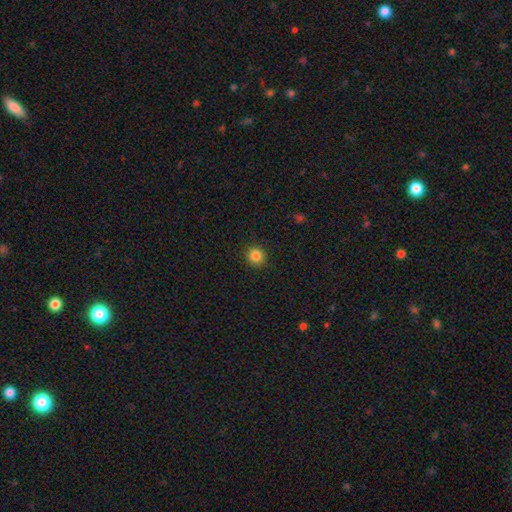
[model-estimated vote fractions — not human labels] Morphology: type=smooth (85%); roundness=round (91%); merging=none (91%).